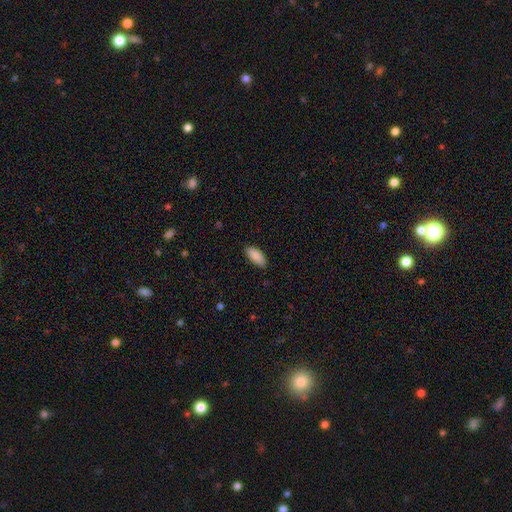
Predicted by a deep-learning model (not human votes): Smooth or featured? smooth (90%)
How rounded? in between (87%)
Merging? none (85%)